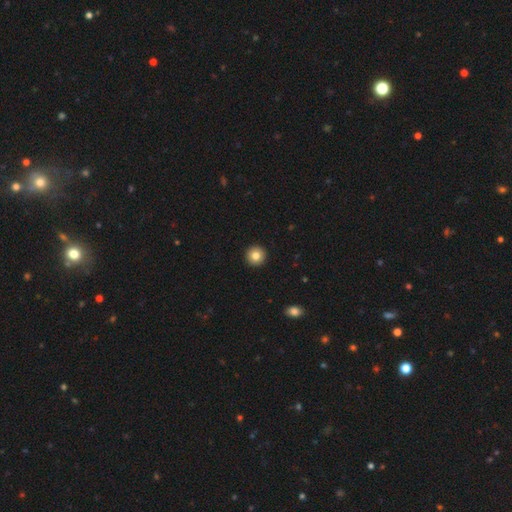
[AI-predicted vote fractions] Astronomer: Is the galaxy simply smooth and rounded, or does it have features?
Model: smooth — 83%.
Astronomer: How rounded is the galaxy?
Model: round — 96%.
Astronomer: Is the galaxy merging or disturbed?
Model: none — 94%.